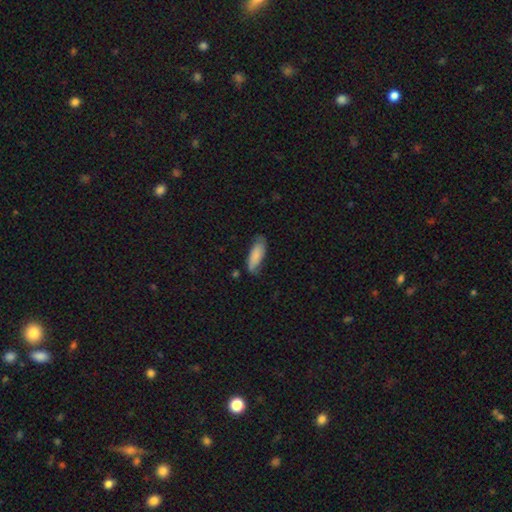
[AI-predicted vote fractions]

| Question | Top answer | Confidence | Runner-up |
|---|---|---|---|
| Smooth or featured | smooth | 79% | featured or disk (15%) |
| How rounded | in between | 65% | cigar-shaped (33%) |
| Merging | none | 62% | minor disturbance (29%) |